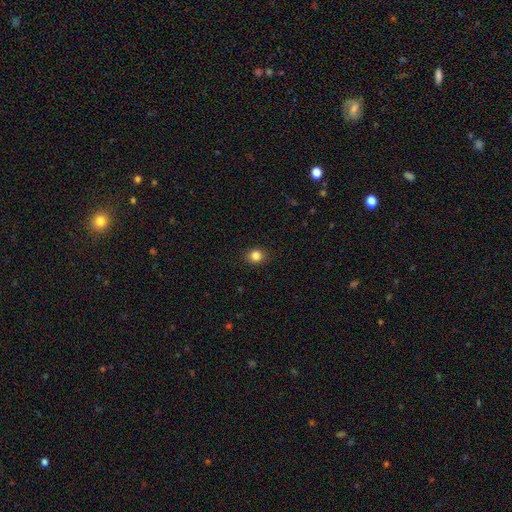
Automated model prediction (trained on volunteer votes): Morphology: type=smooth (84%); roundness=round (77%); merging=none (90%).